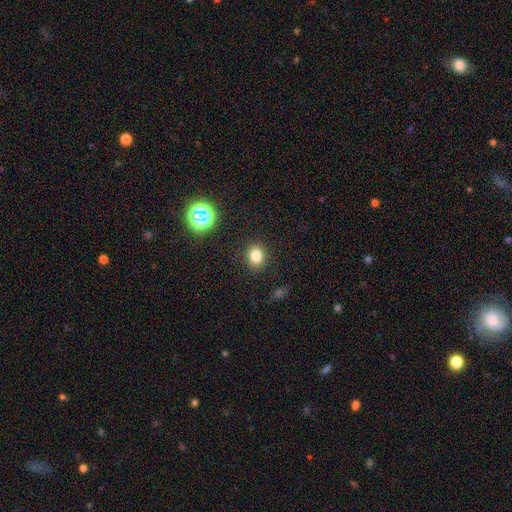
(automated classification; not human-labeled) Smooth or featured: smooth — 79% (star or artifact — 15%)
How rounded: round — 68% (in between — 31%)
Merging: none — 89% (minor disturbance — 7%)